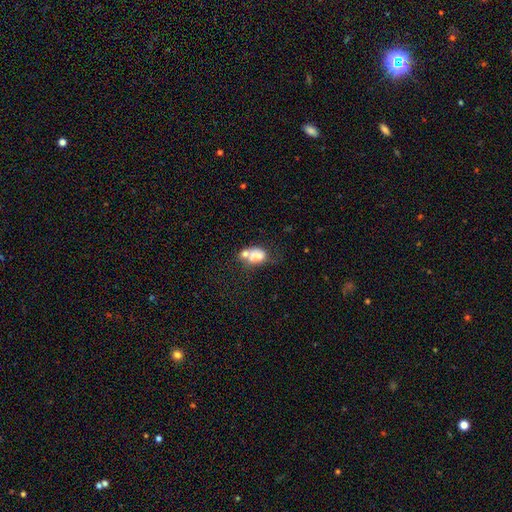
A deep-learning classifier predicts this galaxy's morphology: smooth_or_featured: smooth (p=0.71) [alt: featured or disk p=0.19]
how_rounded: in between (p=0.78) [alt: round p=0.20]
merging: merger (p=0.50) [alt: none p=0.25]